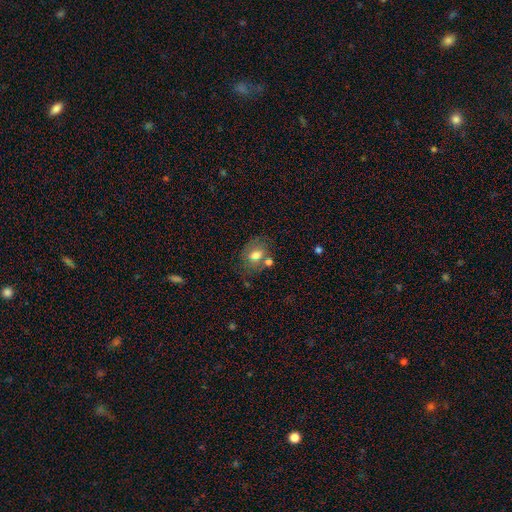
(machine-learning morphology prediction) Smooth or featured? smooth (63%)
How rounded? in between (62%)
Merging? none (58%)